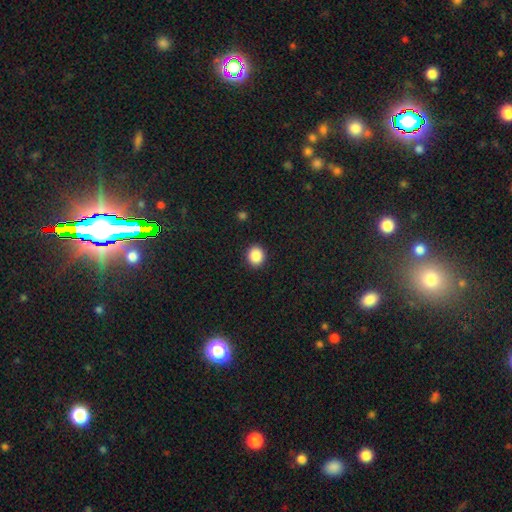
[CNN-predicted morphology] Overall: smooth (87%). How rounded: round (82%). Merging: none (91%).